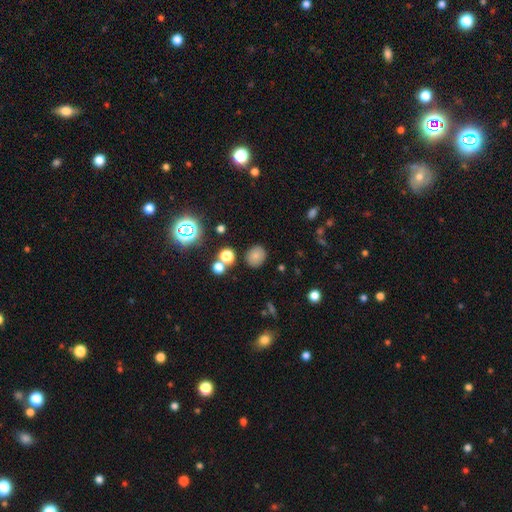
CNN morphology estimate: A smooth galaxy with no disk features (75%) that is round (72%).

Vote fractions:
- Smooth or featured? smooth: 75% / star or artifact: 17% / featured or disk: 8%
- How rounded? round: 72% / in between: 27% / cigar-shaped: 1%
- Merging? none: 81% / minor disturbance: 10% / merger: 5% / major disturbance: 3%